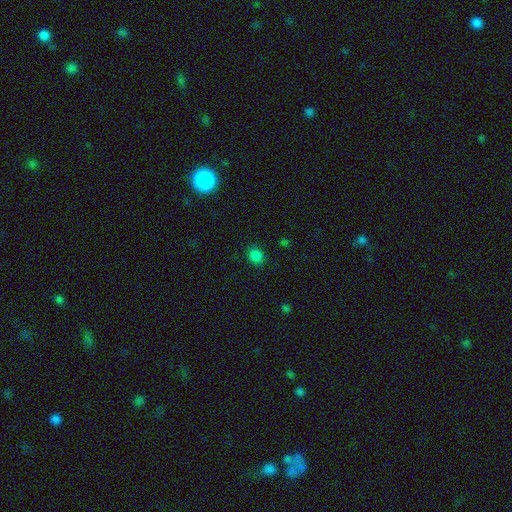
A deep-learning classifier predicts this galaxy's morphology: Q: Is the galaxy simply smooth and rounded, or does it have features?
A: smooth — 80%.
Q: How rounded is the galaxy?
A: round — 75%.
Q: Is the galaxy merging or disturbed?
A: none — 87%.